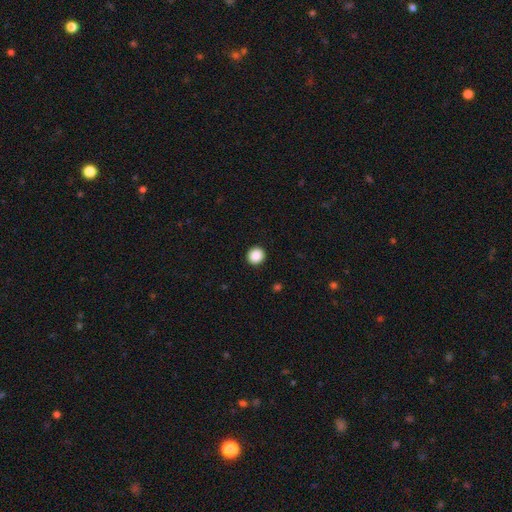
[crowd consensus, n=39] A smooth galaxy with no disk features (92%) that is round (100%).

Vote fractions:
- Smooth or featured? smooth: 92% / star or artifact: 8% / featured or disk: 0%
- How rounded? round: 100% / in between: 0% / cigar-shaped: 0%
- Merging? none: 94% / minor disturbance: 6% / major disturbance: 0% / merger: 0%